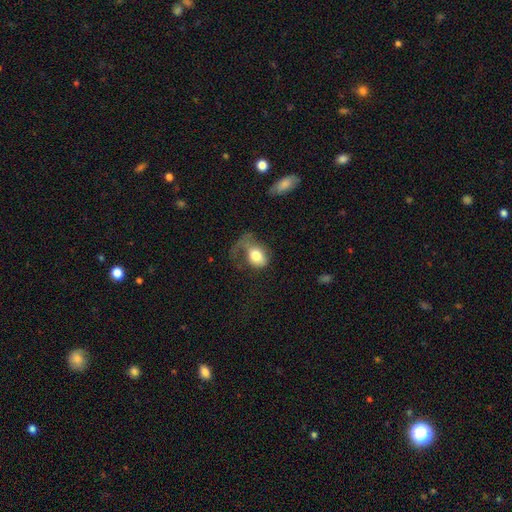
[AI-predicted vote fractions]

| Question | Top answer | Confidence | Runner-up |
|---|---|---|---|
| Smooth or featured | smooth | 68% | featured or disk (25%) |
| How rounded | in between | 65% | round (34%) |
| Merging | major disturbance | 59% | none (19%) |